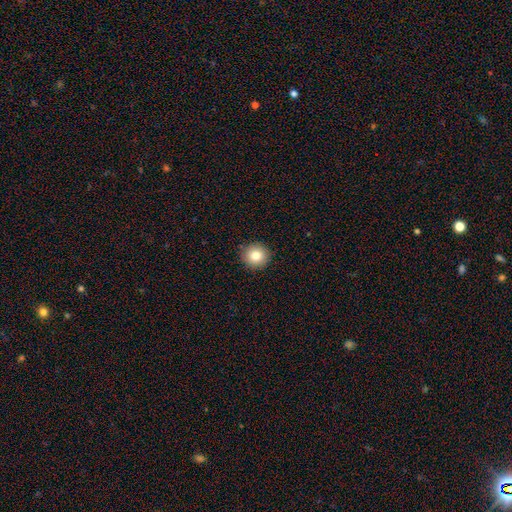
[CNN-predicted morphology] smooth_or_featured: smooth (p=0.82) [alt: star or artifact p=0.10]
how_rounded: round (p=0.93) [alt: in between p=0.06]
merging: none (p=0.92) [alt: minor disturbance p=0.06]